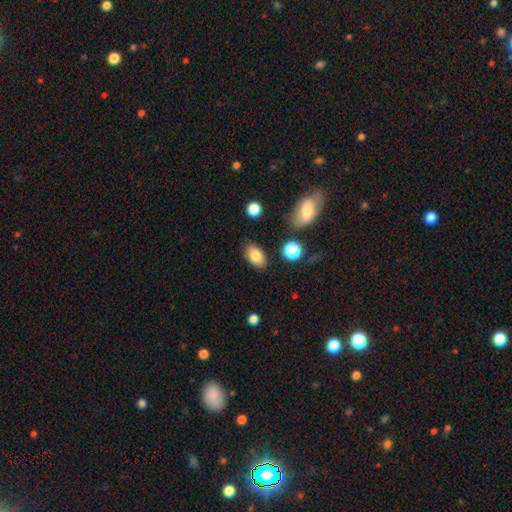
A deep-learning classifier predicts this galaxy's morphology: Overall: smooth (81%). How rounded: in between (89%). Merging: none (84%).